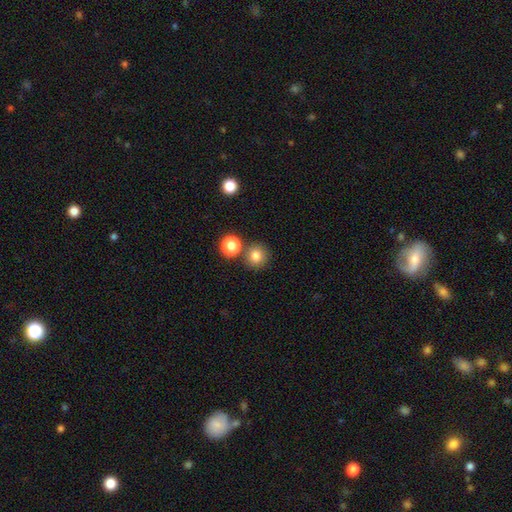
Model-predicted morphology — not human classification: Overall: smooth (81%). How rounded: round (89%). Merging: none (76%).